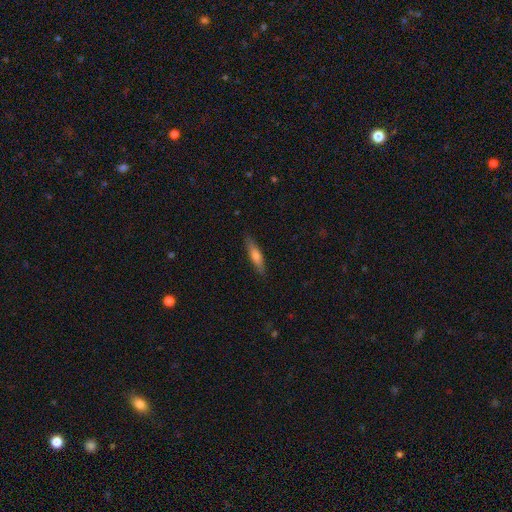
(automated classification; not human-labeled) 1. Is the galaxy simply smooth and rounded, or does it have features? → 60% smooth, 34% featured or disk, 6% star or artifact.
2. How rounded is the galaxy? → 78% cigar-shaped, 20% in between, 2% round.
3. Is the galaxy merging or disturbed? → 88% none, 9% minor disturbance, 2% major disturbance, 1% merger.